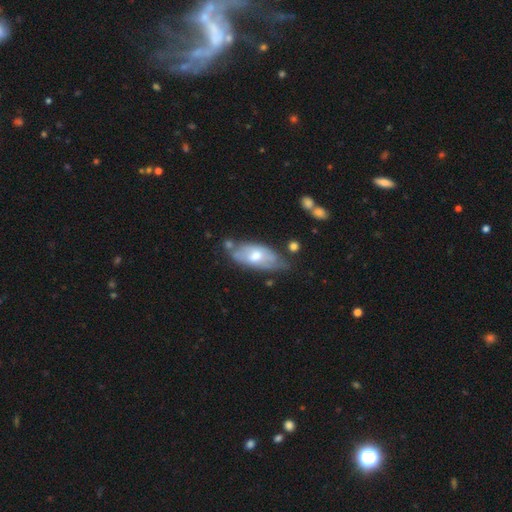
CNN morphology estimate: Q: Smooth or featured?
A: featured or disk (50%); runner-up: smooth (44%)
Q: Edge-on disk?
A: no (81%); runner-up: yes (19%)
Q: Merging?
A: none (55%); runner-up: minor disturbance (29%)